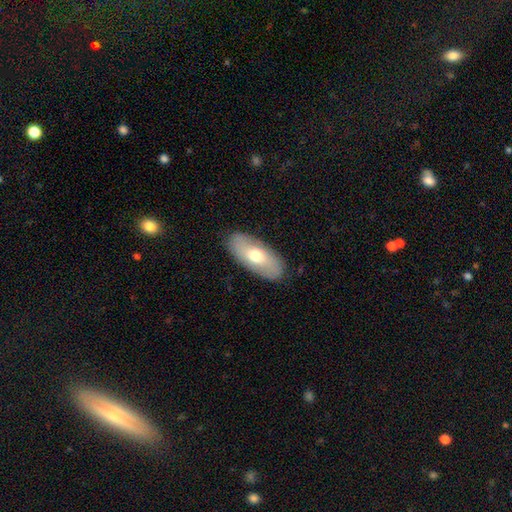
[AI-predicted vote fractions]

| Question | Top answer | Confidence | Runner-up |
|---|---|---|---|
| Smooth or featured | smooth | 63% | featured or disk (31%) |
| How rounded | in between | 89% | cigar-shaped (8%) |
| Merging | none | 86% | minor disturbance (10%) |